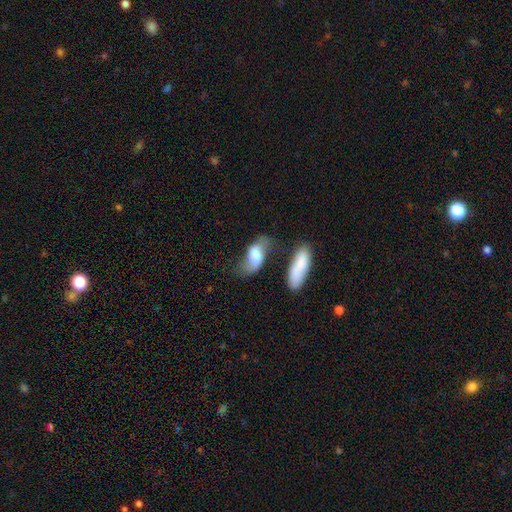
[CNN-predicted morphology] The model was most divided on "smooth or featured": smooth: 52%, featured or disk: 40%, star or artifact: 8%. Remaining: how rounded — in between (85%); merging — none (46%).